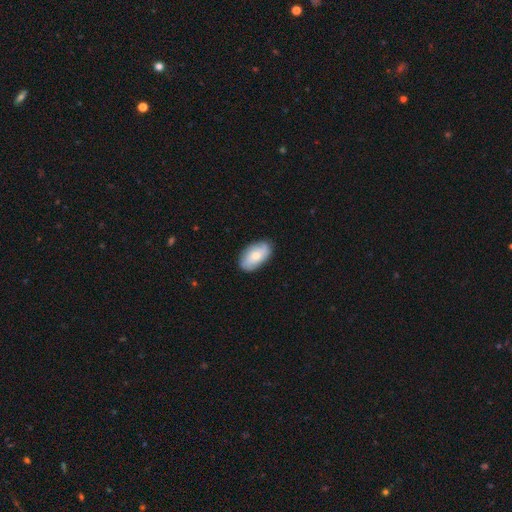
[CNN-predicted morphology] Overall: smooth (63%; featured or disk 30%). How rounded: in between (93%). Merging: none (84%).